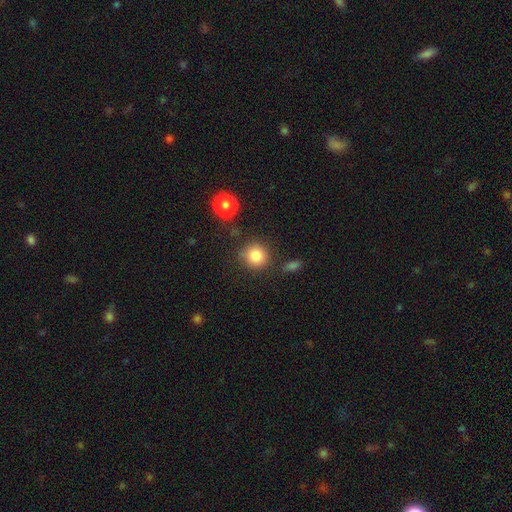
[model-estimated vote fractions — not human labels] A smooth galaxy with no disk features (85%) that is round (90%).

Vote fractions:
- Smooth or featured? smooth: 85% / star or artifact: 10% / featured or disk: 5%
- How rounded? round: 90% / in between: 9% / cigar-shaped: 1%
- Merging? none: 80% / minor disturbance: 11% / merger: 5% / major disturbance: 4%